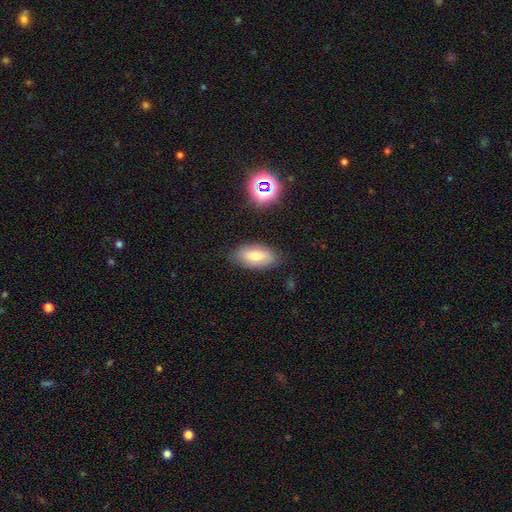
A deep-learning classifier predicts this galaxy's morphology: smooth-or-featured: smooth: 69% | featured or disk: 21% | star or artifact: 10%
  how-rounded: in between: 88% | cigar-shaped: 9% | round: 3%
  merging: none: 82% | minor disturbance: 13% | major disturbance: 3% | merger: 2%